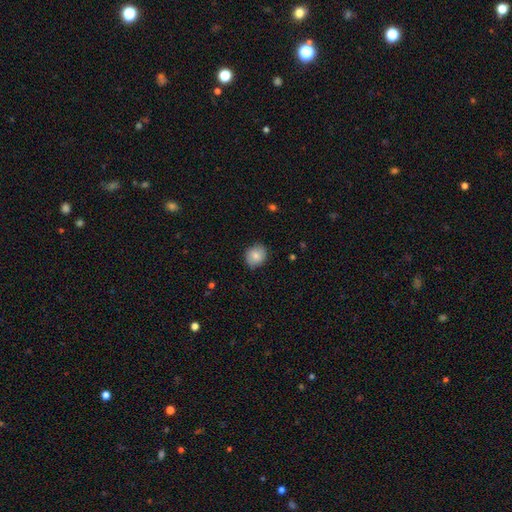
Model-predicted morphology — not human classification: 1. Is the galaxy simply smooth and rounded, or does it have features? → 79% smooth, 13% featured or disk, 8% star or artifact.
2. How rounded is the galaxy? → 69% round, 30% in between, 1% cigar-shaped.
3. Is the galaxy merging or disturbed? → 83% none, 14% minor disturbance, 3% major disturbance, 1% merger.